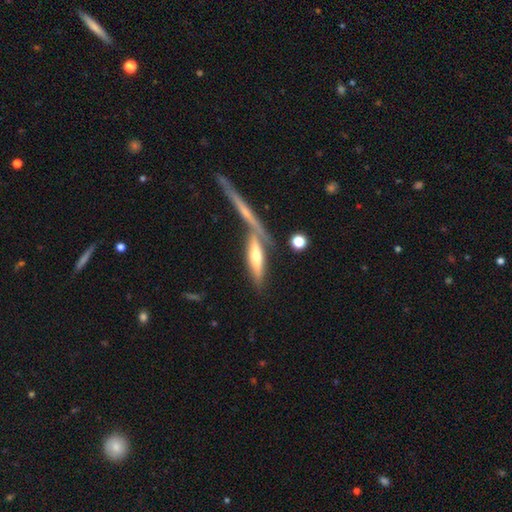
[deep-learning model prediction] The model was most divided on "smooth or featured": featured or disk: 53%, smooth: 39%, star or artifact: 8%. Remaining: edge-on disk — yes (85%); merging — none (49%).